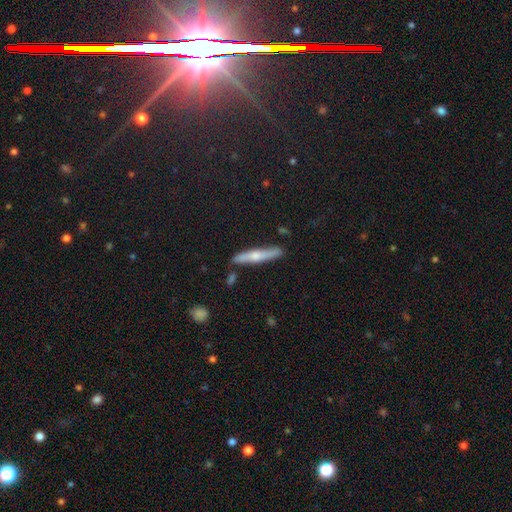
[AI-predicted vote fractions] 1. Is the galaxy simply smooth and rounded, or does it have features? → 48% smooth, 45% featured or disk, 7% star or artifact.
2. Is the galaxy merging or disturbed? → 83% none, 12% minor disturbance, 3% merger, 2% major disturbance.